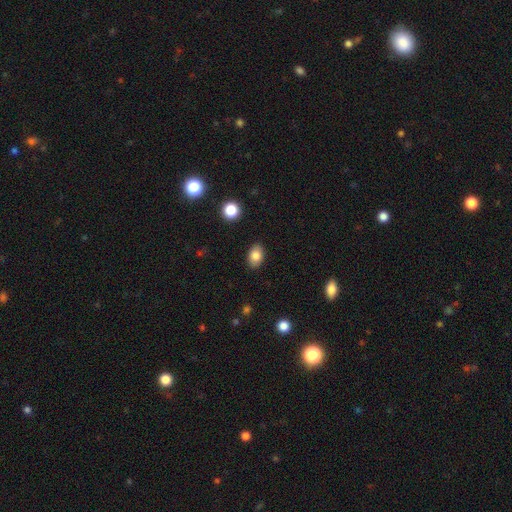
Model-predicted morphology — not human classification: Q: Smooth or featured?
A: smooth (83%); runner-up: featured or disk (9%)
Q: How rounded?
A: in between (84%); runner-up: round (15%)
Q: Merging?
A: none (88%); runner-up: minor disturbance (9%)